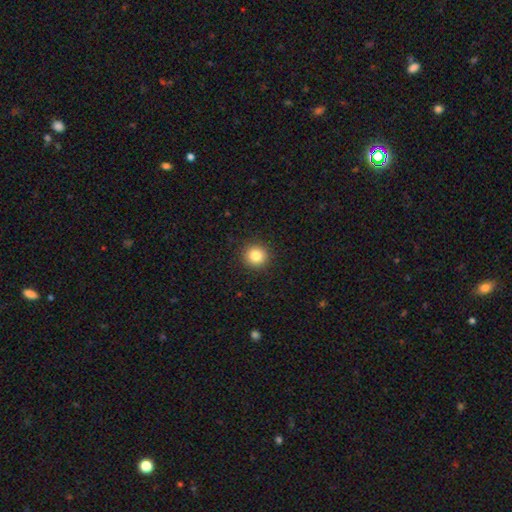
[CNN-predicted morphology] Smooth or featured?
  - smooth: 83% *
  - star or artifact: 11%
  - featured or disk: 6%
How rounded?
  - round: 94% *
  - in between: 5%
  - cigar-shaped: 1%
Merging?
  - none: 92% *
  - minor disturbance: 5%
  - major disturbance: 2%
  - merger: 1%